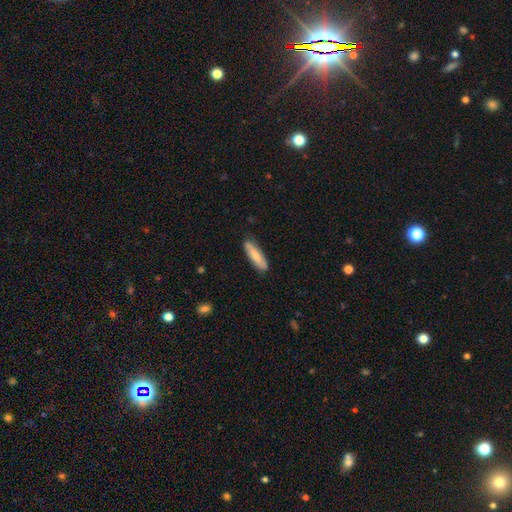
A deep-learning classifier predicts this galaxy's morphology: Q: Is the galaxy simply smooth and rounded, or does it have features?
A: smooth — 75%.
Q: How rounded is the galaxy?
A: cigar-shaped — 65%.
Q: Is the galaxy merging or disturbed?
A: none — 82%.